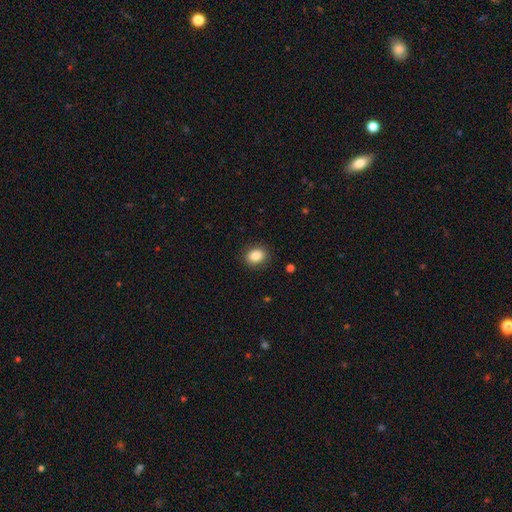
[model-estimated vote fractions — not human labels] Smooth or featured: smooth — 85% (star or artifact — 10%)
How rounded: round — 54% (in between — 45%)
Merging: none — 89% (minor disturbance — 8%)